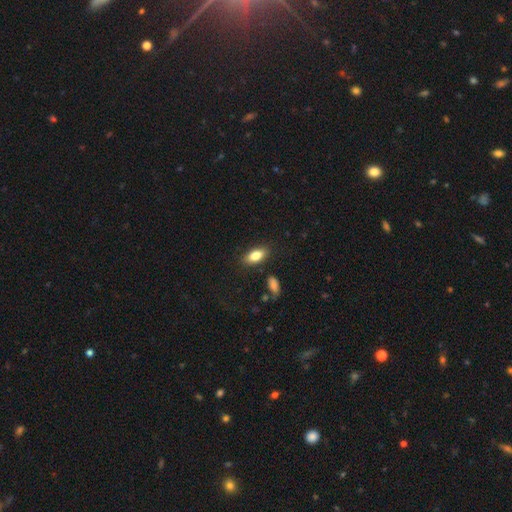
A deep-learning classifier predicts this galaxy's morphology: A smooth galaxy with no disk features (81%) that is in between round and cigar-shaped (87%).

Vote fractions:
- Smooth or featured? smooth: 81% / featured or disk: 11% / star or artifact: 8%
- How rounded? in between: 87% / cigar-shaped: 8% / round: 5%
- Merging? none: 83% / minor disturbance: 11% / merger: 3% / major disturbance: 3%